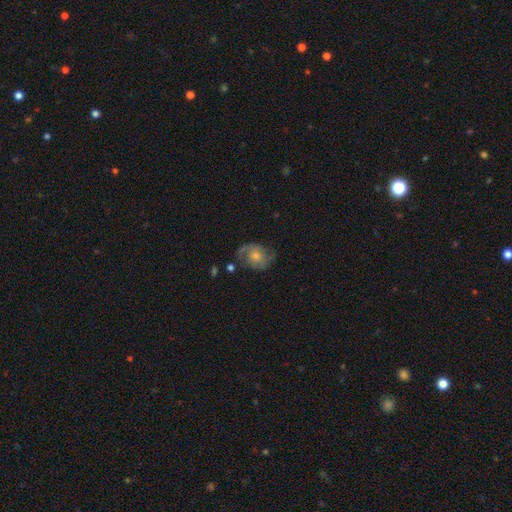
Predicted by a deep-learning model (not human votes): Morphology: type=featured or disk (68%); edge-on=no (97%); bar=no (71%); spiral arms=yes (88%); winding=medium (46%); arm count=2 (74%); bulge=moderate (50%); merging=none (66%).